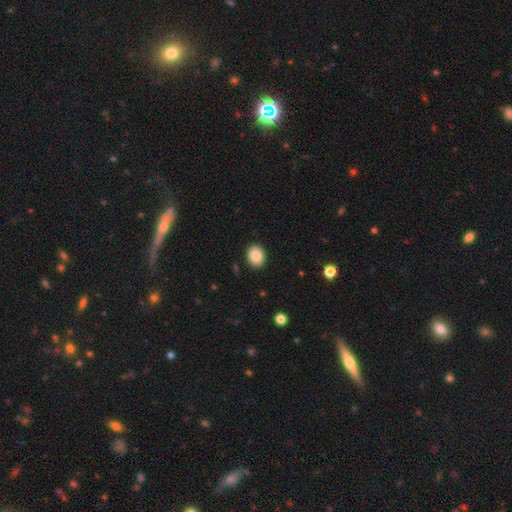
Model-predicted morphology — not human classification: smooth_or_featured: smooth (p=0.87) [alt: star or artifact p=0.08]
how_rounded: in between (p=0.53) [alt: round p=0.46]
merging: none (p=0.90) [alt: minor disturbance p=0.07]